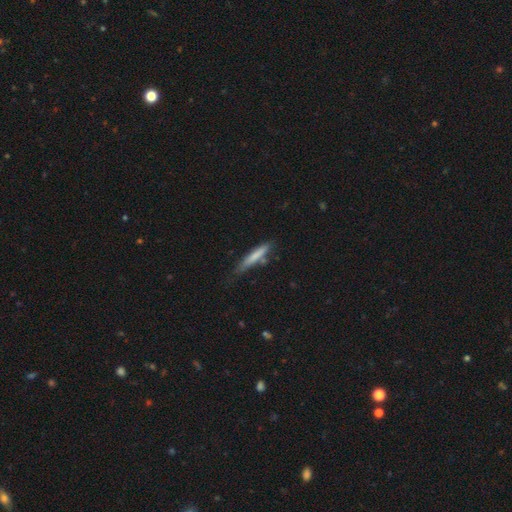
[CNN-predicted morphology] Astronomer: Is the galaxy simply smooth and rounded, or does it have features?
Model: smooth — 72%.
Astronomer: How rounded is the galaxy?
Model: cigar-shaped — 91%.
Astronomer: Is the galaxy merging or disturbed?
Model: none — 68%.